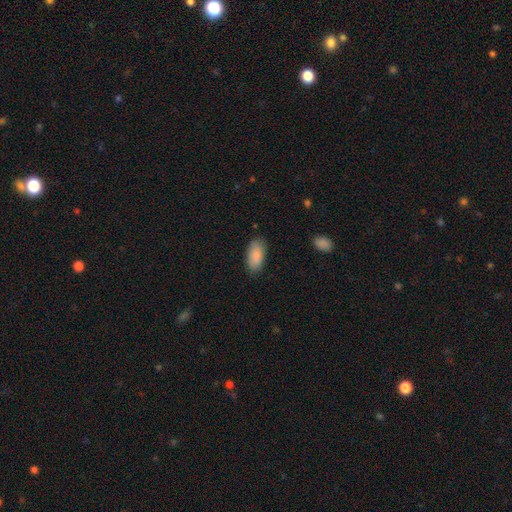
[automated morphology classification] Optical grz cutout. It shows a smooth galaxy with no disk features (89%) that is in between round and cigar-shaped (91%). Merging: none (83%).